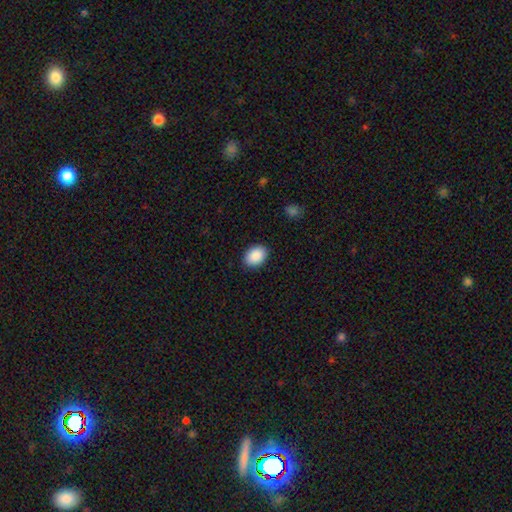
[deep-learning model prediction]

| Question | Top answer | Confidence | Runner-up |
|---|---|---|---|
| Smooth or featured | smooth | 90% | star or artifact (7%) |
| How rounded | in between | 78% | round (21%) |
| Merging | none | 89% | minor disturbance (8%) |